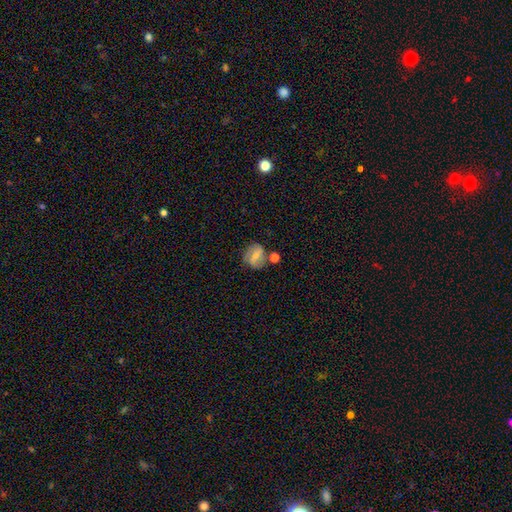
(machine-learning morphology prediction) smooth-or-featured: featured or disk: 47% | smooth: 43% | star or artifact: 10%
  merging: none: 59% | minor disturbance: 18% | merger: 15% | major disturbance: 7%